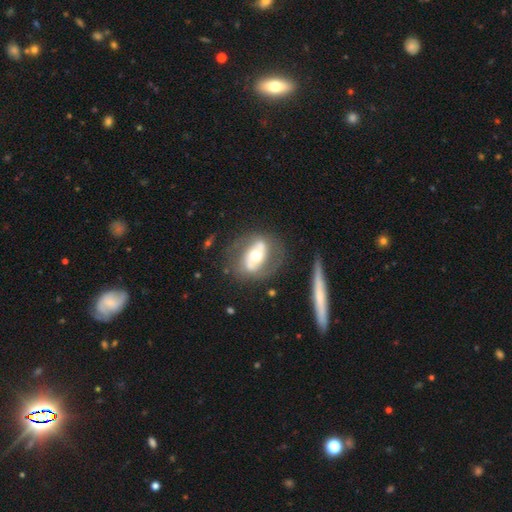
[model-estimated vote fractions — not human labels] A featured or disk galaxy (66%) with no bar (46%), spiral arms (58%) and a moderate central bulge (67%).

Vote fractions:
- Smooth or featured? featured or disk: 66% / smooth: 28% / star or artifact: 6%
- Edge-on disk? no: 92% / yes: 8%
- Bar? no: 46% / strong: 32% / weak: 23%
- Spiral arms? yes: 58% / no: 42%
- Bulge size? moderate: 67% / small: 16% / large: 15% / dominant: 2% / none: 1%
- Merging? none: 63% / minor disturbance: 18% / major disturbance: 14% / merger: 6%